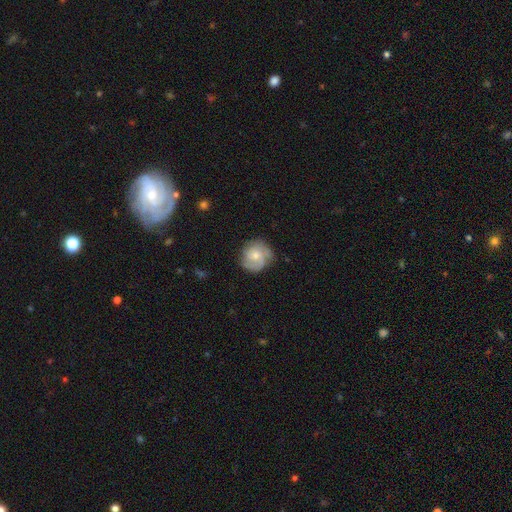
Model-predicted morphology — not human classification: A featured or disk galaxy (56%) with no bar (78%), spiral arms (84%) and a small central bulge (49%).

Vote fractions:
- Smooth or featured? featured or disk: 56% / smooth: 38% / star or artifact: 6%
- Edge-on disk? no: 98% / yes: 2%
- Bar? no: 78% / weak: 19% / strong: 3%
- Spiral arms? yes: 84% / no: 16%
- Bulge size? small: 49% / moderate: 45% / none: 3% / large: 2% / dominant: 1%
- Merging? none: 69% / minor disturbance: 23% / major disturbance: 7% / merger: 2%